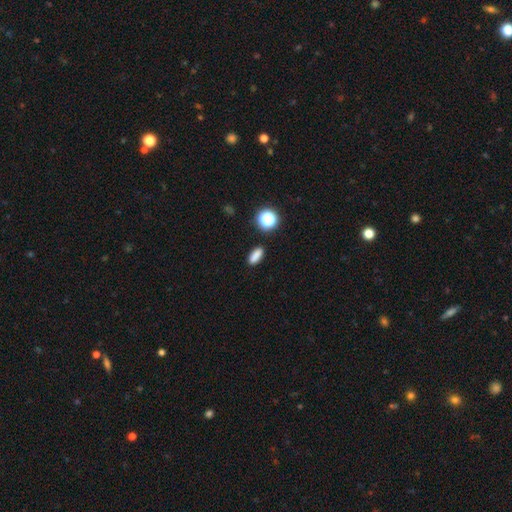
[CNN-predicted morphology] The model was most divided on "how rounded": in between: 66%, cigar-shaped: 24%, round: 10%. More confident: merging — none (87%); smooth or featured — smooth (82%).